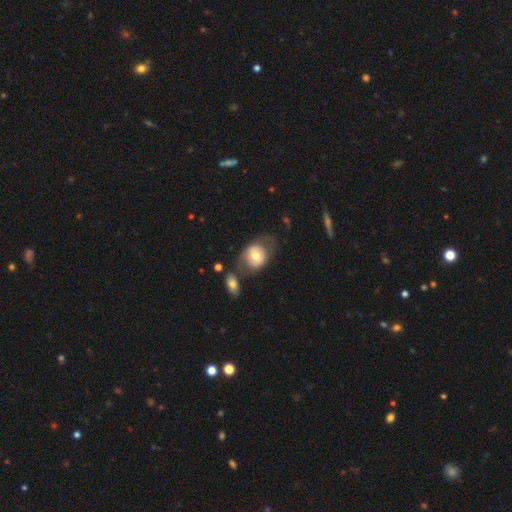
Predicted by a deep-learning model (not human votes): Smooth or featured?
  - smooth: 60% *
  - featured or disk: 33%
  - star or artifact: 7%
How rounded?
  - round: 52% *
  - in between: 47%
  - cigar-shaped: 1%
Merging?
  - none: 49% *
  - minor disturbance: 20%
  - major disturbance: 16%
  - merger: 14%